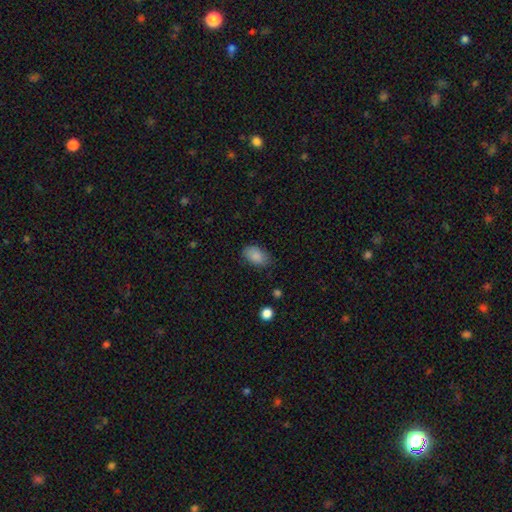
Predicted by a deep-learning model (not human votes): Overall: smooth (87%). How rounded: in between (90%). Merging: none (76%).